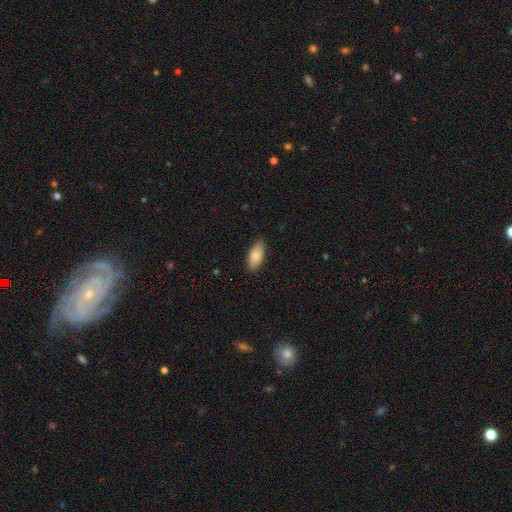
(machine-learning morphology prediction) This appears to be a smooth galaxy with no disk features (81%) that is in between round and cigar-shaped (88%). Merging: none (87%).